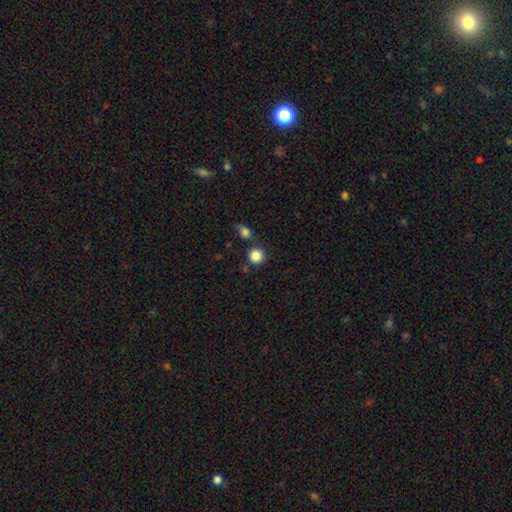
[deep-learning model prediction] Smooth or featured?
  - smooth: 86% *
  - star or artifact: 10%
  - featured or disk: 4%
How rounded?
  - round: 93% *
  - in between: 6%
  - cigar-shaped: 1%
Merging?
  - none: 78% *
  - merger: 11%
  - minor disturbance: 8%
  - major disturbance: 3%